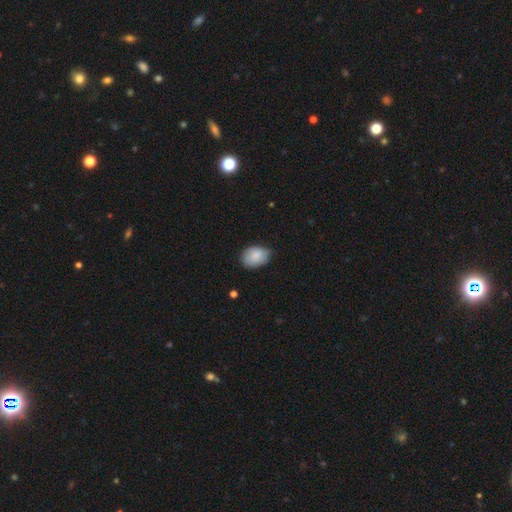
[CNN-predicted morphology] A smooth galaxy with no disk features (85%) that is in between round and cigar-shaped (77%).

Vote fractions:
- Smooth or featured? smooth: 85% / featured or disk: 9% / star or artifact: 7%
- How rounded? in between: 77% / round: 21% / cigar-shaped: 1%
- Merging? none: 71% / minor disturbance: 24% / major disturbance: 3% / merger: 1%